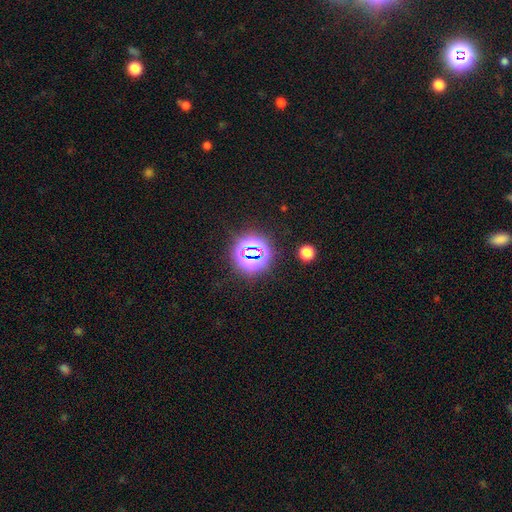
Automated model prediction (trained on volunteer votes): This appears to be a star or artifact, not a galaxy (74%).